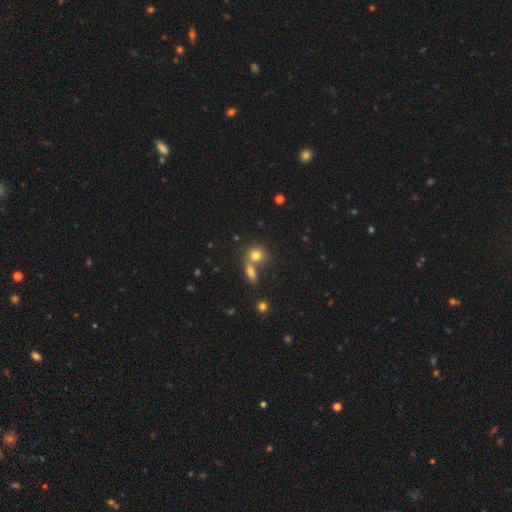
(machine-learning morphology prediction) Smooth or featured: smooth — 78% (star or artifact — 12%)
How rounded: round — 68% (in between — 29%)
Merging: none — 44% (tied with merger — 44%)